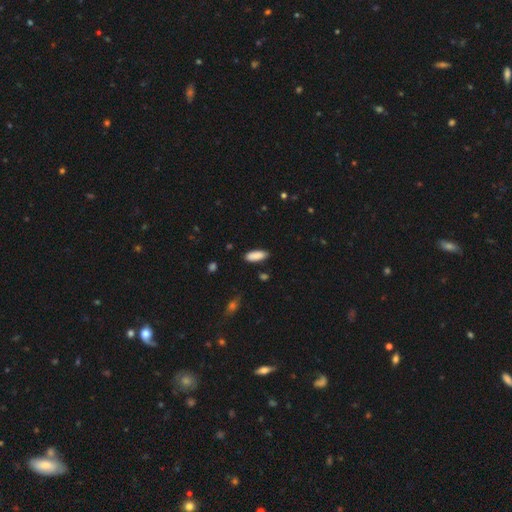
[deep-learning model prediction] smooth 89%, star or artifact 6%, featured or disk 4%. Down the decision tree: how rounded — in between (72%); merging — none (86%).